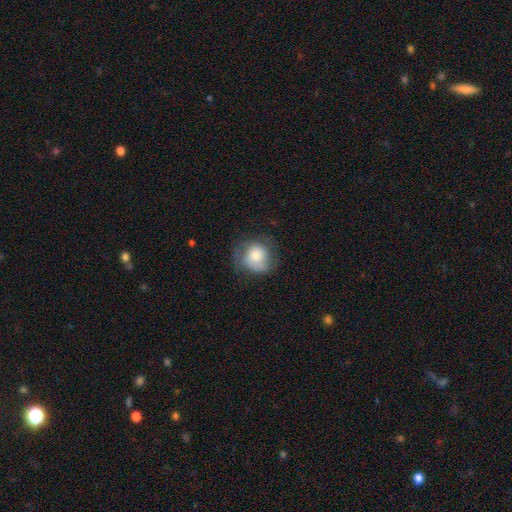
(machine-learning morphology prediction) Smooth or featured?
  - smooth: 65% *
  - featured or disk: 27%
  - star or artifact: 8%
How rounded?
  - round: 75% *
  - in between: 25%
  - cigar-shaped: 1%
Merging?
  - none: 56% *
  - minor disturbance: 28%
  - major disturbance: 15%
  - merger: 1%